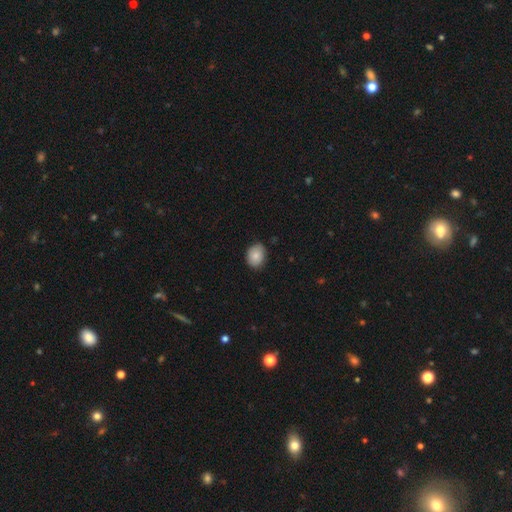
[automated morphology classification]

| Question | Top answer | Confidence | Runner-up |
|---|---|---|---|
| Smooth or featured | smooth | 84% | featured or disk (8%) |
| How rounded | in between | 56% | round (44%) |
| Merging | none | 82% | minor disturbance (14%) |